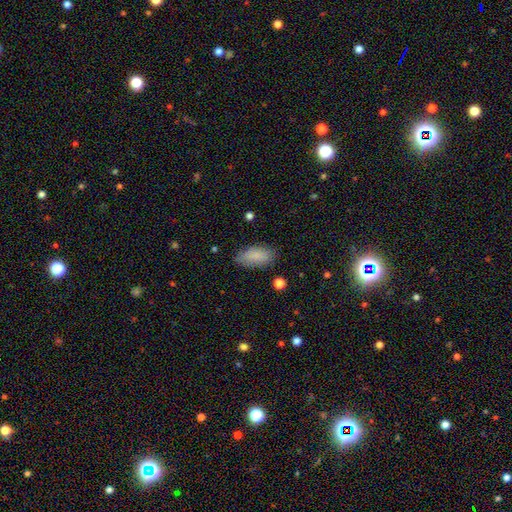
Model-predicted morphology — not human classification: type=smooth (86%); roundness=in between (89%); merging=none (80%).